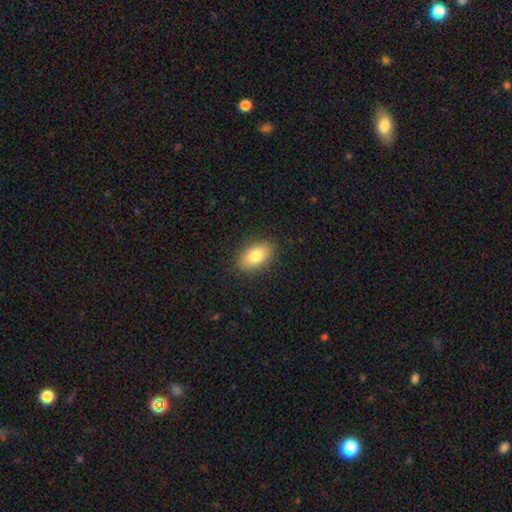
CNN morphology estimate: Q: Smooth or featured?
A: smooth (81%); runner-up: featured or disk (12%)
Q: How rounded?
A: in between (91%); runner-up: round (7%)
Q: Merging?
A: none (87%); runner-up: minor disturbance (9%)